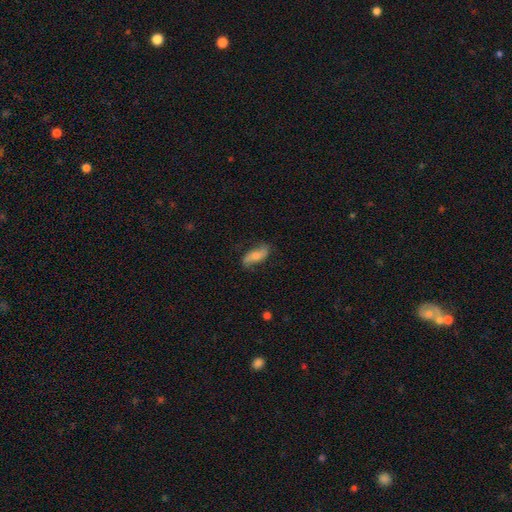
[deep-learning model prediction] This appears to be a smooth galaxy with no disk features (47%). Merging: none (74%).